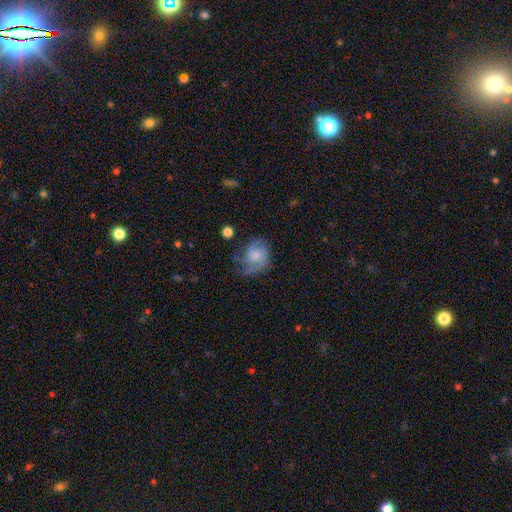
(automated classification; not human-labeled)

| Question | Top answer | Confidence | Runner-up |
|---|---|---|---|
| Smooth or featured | featured or disk | 50% | smooth (41%) |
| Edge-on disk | no | 97% | yes (3%) |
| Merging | none | 49% | minor disturbance (28%) |